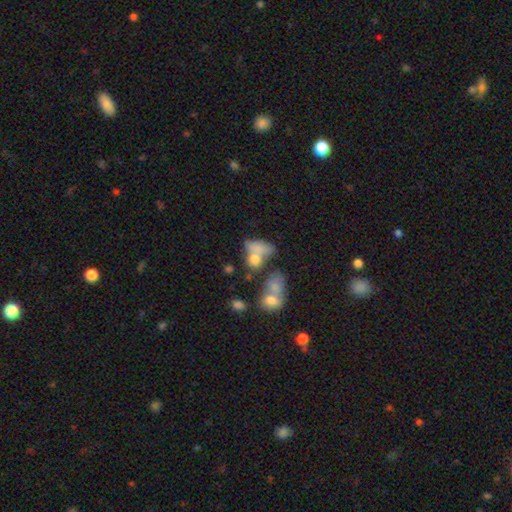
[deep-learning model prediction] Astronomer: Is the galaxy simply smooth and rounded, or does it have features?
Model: smooth — 69%.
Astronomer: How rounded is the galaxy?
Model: in between — 65%.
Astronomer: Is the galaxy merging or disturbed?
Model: merger — 48% (runner-up: none, 25%).